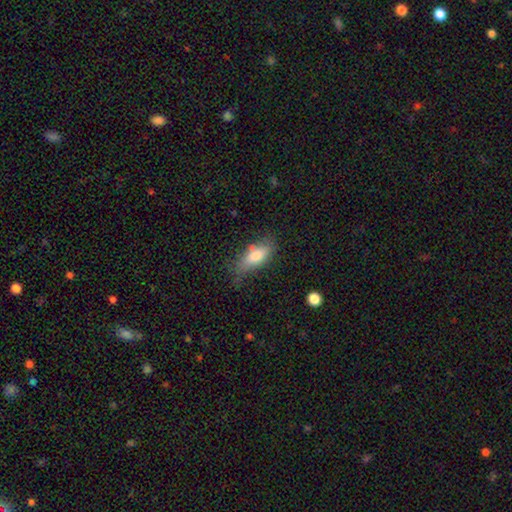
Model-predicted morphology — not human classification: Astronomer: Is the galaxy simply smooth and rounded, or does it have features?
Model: smooth — 76%.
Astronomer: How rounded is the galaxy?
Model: in between — 74%.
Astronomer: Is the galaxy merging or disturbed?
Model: none — 56%.